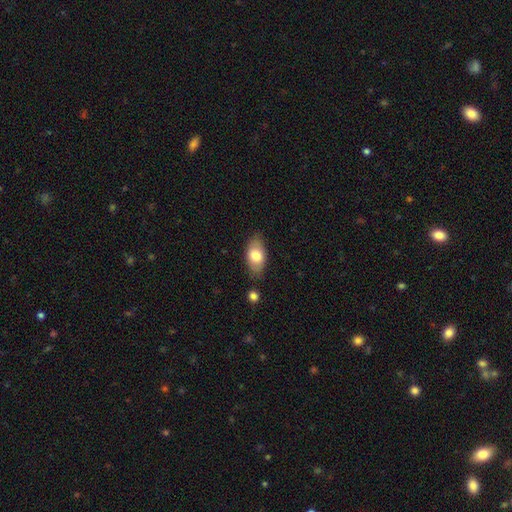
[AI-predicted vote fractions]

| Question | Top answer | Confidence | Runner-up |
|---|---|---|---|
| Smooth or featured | smooth | 75% | featured or disk (18%) |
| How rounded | in between | 90% | round (6%) |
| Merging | none | 77% | minor disturbance (16%) |